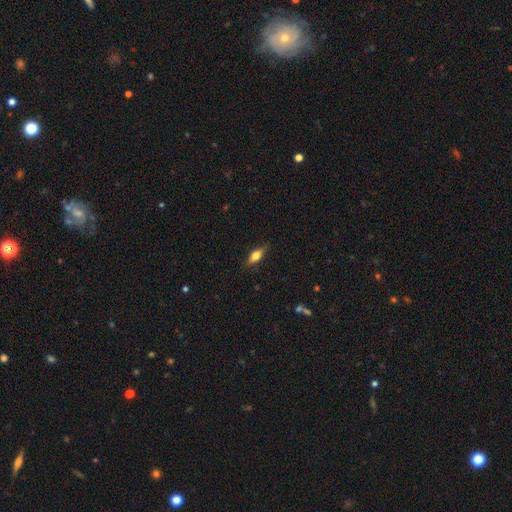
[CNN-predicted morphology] The model was most divided on "smooth or featured": smooth: 67%, featured or disk: 25%, star or artifact: 8%. More confident: merging — none (83%); how rounded — in between (71%).